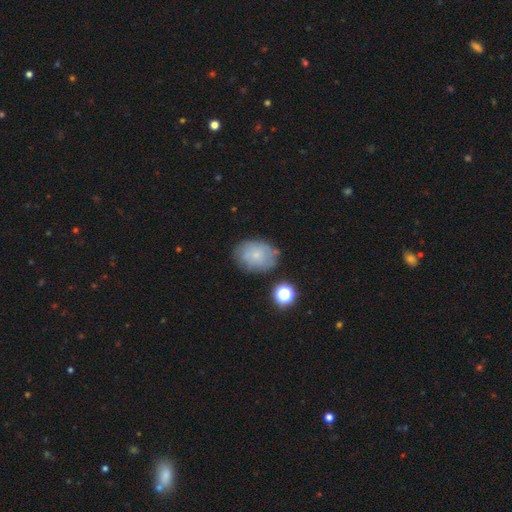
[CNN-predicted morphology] Q: Smooth or featured?
A: smooth (64%); runner-up: featured or disk (26%)
Q: How rounded?
A: in between (64%); runner-up: round (35%)
Q: Merging?
A: none (71%); runner-up: minor disturbance (19%)